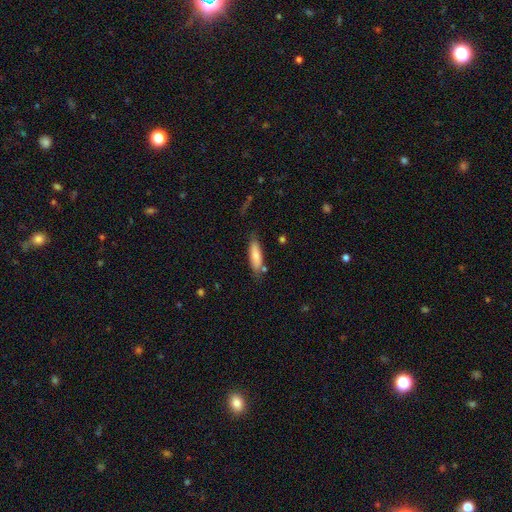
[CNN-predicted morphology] Smooth or featured? Predicted: smooth (p=0.77). How rounded? Predicted: cigar-shaped (p=0.54). Merging? Predicted: none (p=0.74).